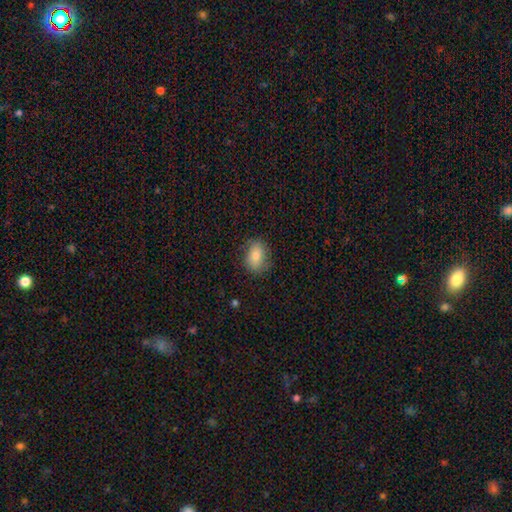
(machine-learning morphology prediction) A smooth galaxy with no disk features (76%) that is in between round and cigar-shaped (69%). Merging: none (81%).